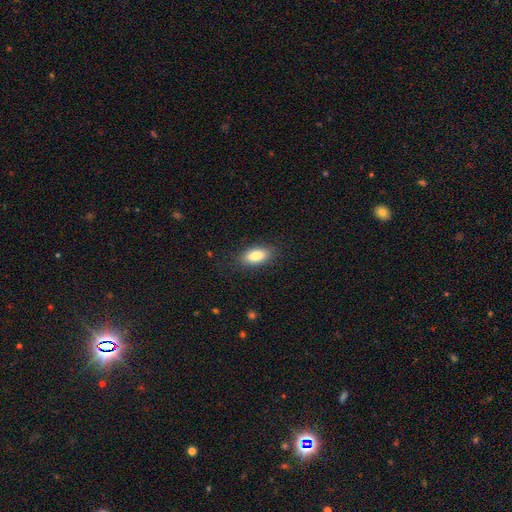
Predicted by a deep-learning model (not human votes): This appears to be a smooth galaxy with no disk features (84%) that is in between round and cigar-shaped (89%). Merging: none (85%).